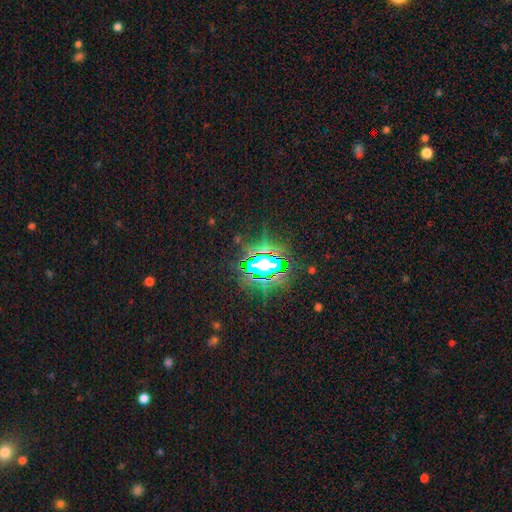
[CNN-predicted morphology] Q: Smooth or featured?
A: star or artifact (83%); runner-up: smooth (10%)